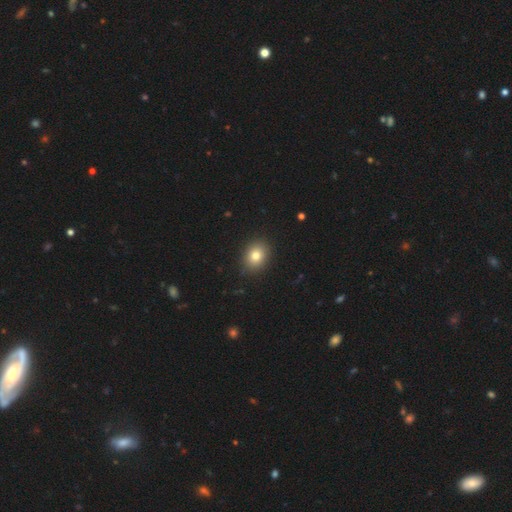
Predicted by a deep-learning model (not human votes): A smooth galaxy with no disk features (80%) that is in between round and cigar-shaped (50%).

Vote fractions:
- Smooth or featured? smooth: 80% / star or artifact: 11% / featured or disk: 9%
- How rounded? in between: 50% / round: 49% / cigar-shaped: 1%
- Merging? none: 90% / minor disturbance: 7% / major disturbance: 2% / merger: 1%